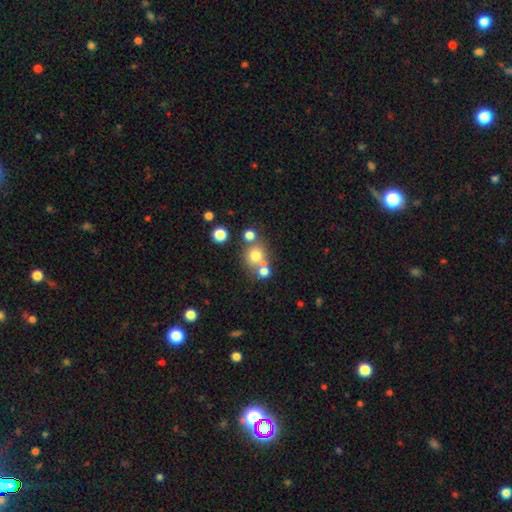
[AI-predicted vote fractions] Overall: smooth (71%). How rounded: round (85%). Merging: none (56%; merger 32%).